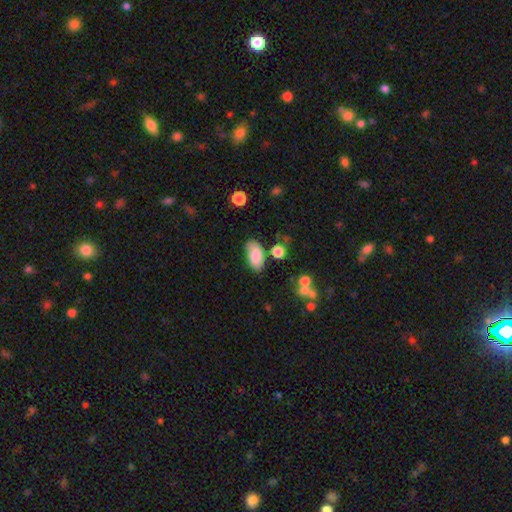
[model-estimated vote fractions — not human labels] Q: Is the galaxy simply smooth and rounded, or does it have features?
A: smooth — 81%.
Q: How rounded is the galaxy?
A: in between — 93%.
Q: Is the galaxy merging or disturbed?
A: none — 69%.